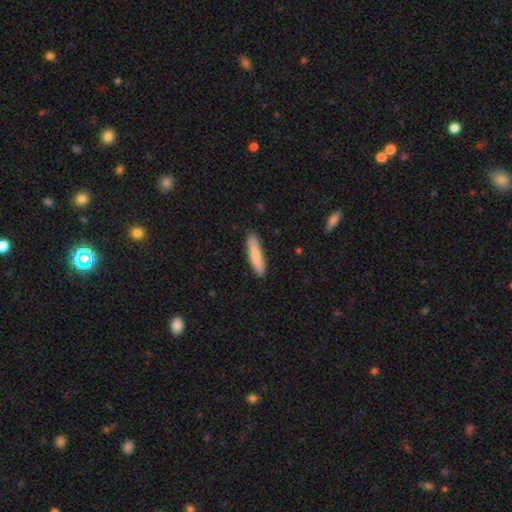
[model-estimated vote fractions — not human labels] The model was most divided on "how rounded": cigar-shaped: 83%, in between: 16%, round: 1%. More confident: merging — none (87%); smooth or featured — smooth (82%).